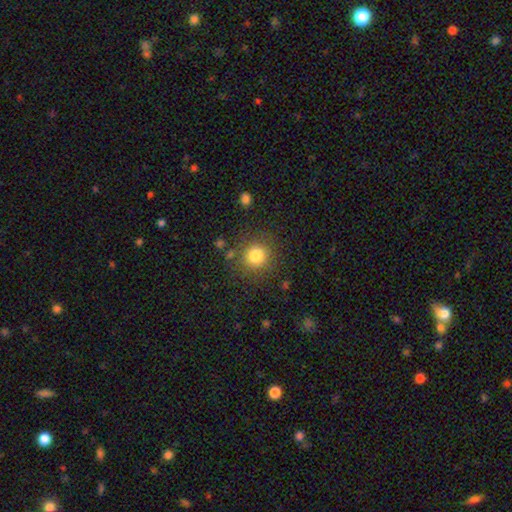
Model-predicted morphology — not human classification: smooth 81%, star or artifact 12%, featured or disk 7%. Down the decision tree: how rounded — round (93%); merging — none (84%).